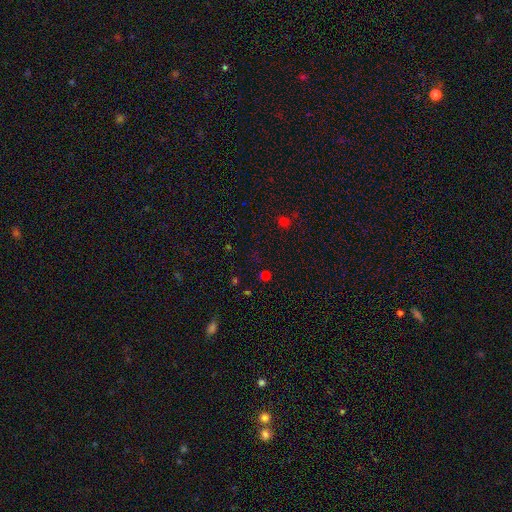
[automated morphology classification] This is possibly a star or artifact rather than a galaxy (49%).